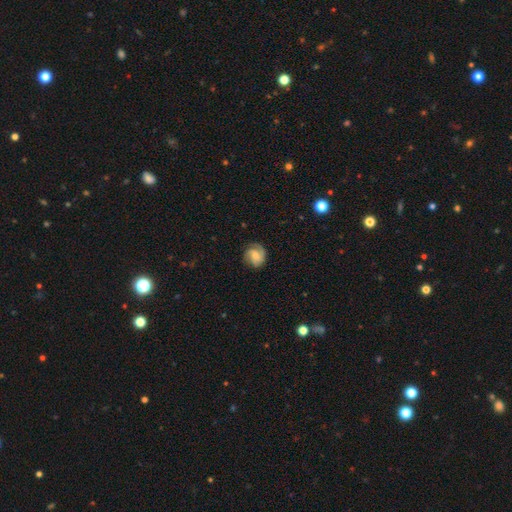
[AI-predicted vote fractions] The model was most divided on "bulge size": small: 41%, moderate: 40%, none: 11%, large: 7%, dominant: 2%. Remaining: edge-on disk — no (98%); spiral arms — yes (93%); merging — none (75%); smooth or featured — featured or disk (60%); bar — no (58%); spiral arm count — 2 (49%); spiral winding — tight (45%).